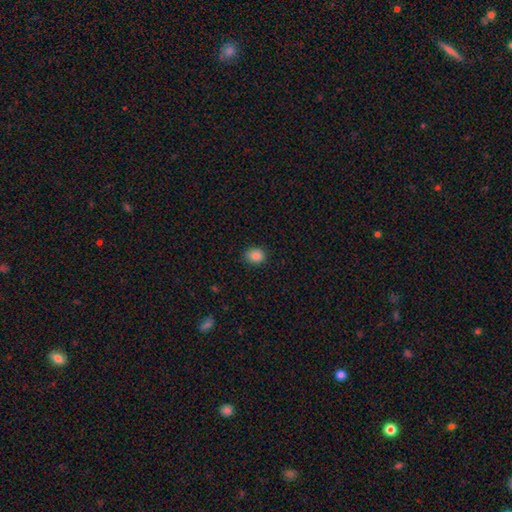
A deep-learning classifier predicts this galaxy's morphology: Smooth or featured: smooth — 86% (star or artifact — 10%)
How rounded: round — 61% (in between — 38%)
Merging: none — 87% (minor disturbance — 10%)